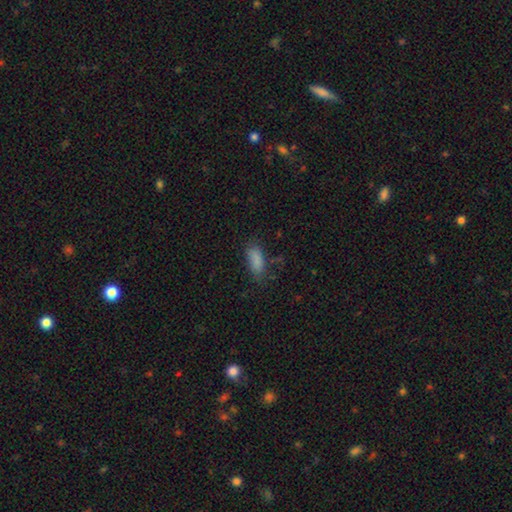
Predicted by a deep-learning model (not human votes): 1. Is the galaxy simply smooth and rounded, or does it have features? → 64% smooth, 25% star or artifact, 11% featured or disk.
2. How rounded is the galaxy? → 72% in between, 23% cigar-shaped, 5% round.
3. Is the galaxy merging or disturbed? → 76% none, 15% minor disturbance, 7% major disturbance, 3% merger.